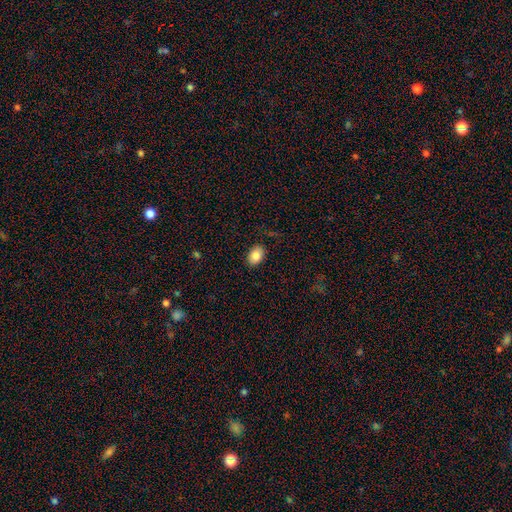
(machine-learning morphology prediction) smooth-or-featured: smooth: 86% | star or artifact: 8% | featured or disk: 7%
  how-rounded: in between: 82% | round: 17% | cigar-shaped: 1%
  merging: none: 87% | minor disturbance: 9% | major disturbance: 2% | merger: 1%